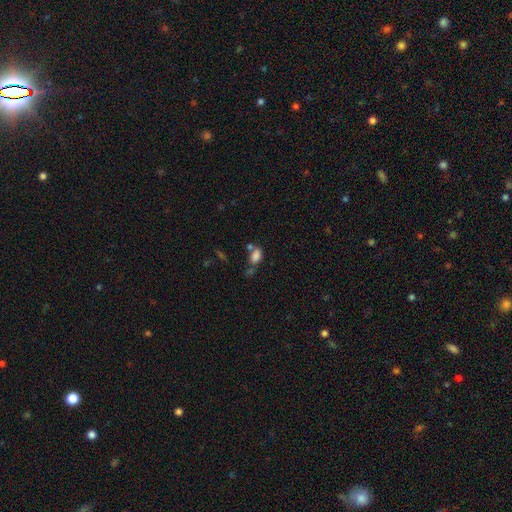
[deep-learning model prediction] smooth 78%, star or artifact 13%, featured or disk 9%. Down the decision tree: how rounded — in between (86%); merging — none (43%).